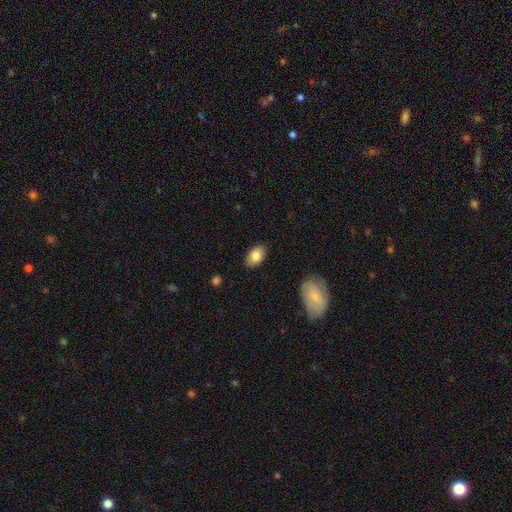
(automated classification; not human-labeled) smooth-or-featured: smooth: 83% | featured or disk: 10% | star or artifact: 7%
  how-rounded: in between: 91% | round: 8% | cigar-shaped: 1%
  merging: none: 87% | minor disturbance: 10% | major disturbance: 2% | merger: 1%